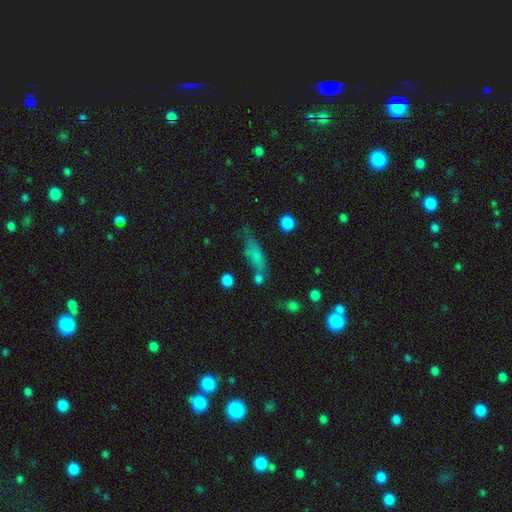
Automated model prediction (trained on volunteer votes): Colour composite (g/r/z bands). It shows a smooth galaxy with no disk features (69%) that is cigar-shaped (48%). Merging: none (54%).